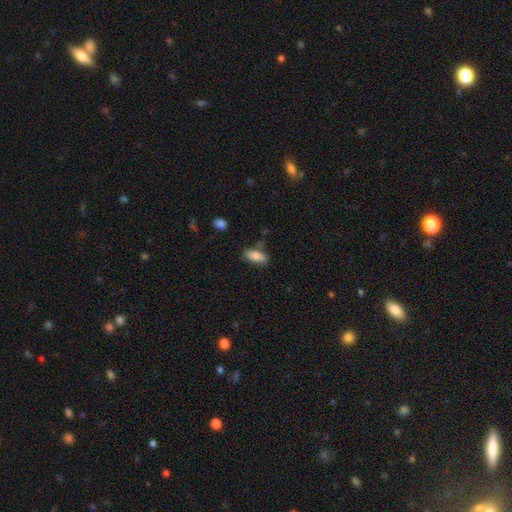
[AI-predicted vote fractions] The model was most divided on "merging": none: 61%, minor disturbance: 27%, major disturbance: 7%, merger: 5%. More confident: how rounded — in between (85%); smooth or featured — smooth (78%).